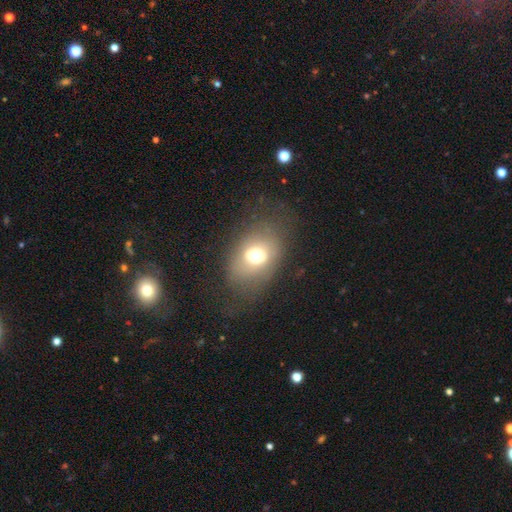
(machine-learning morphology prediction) smooth_or_featured: smooth (p=0.62) [alt: featured or disk p=0.24]
how_rounded: in between (p=0.68) [alt: round p=0.31]
merging: none (p=0.67) [alt: minor disturbance p=0.17]